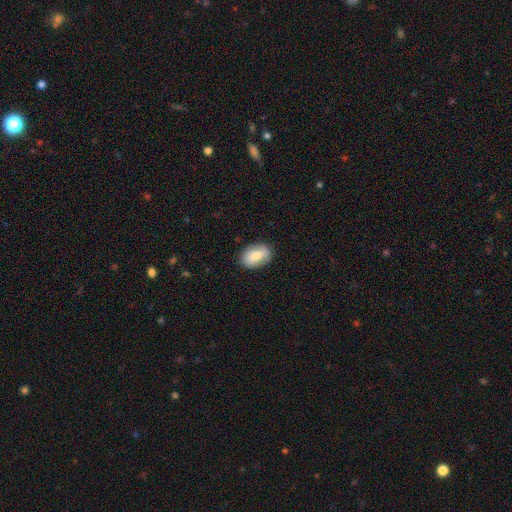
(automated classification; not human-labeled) Overall: smooth (74%). How rounded: in between (86%). Merging: none (84%).